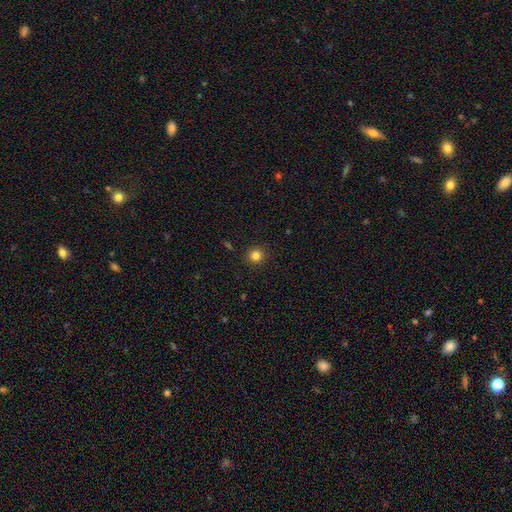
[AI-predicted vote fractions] Morphology: type=smooth (83%); roundness=round (93%); merging=none (91%).